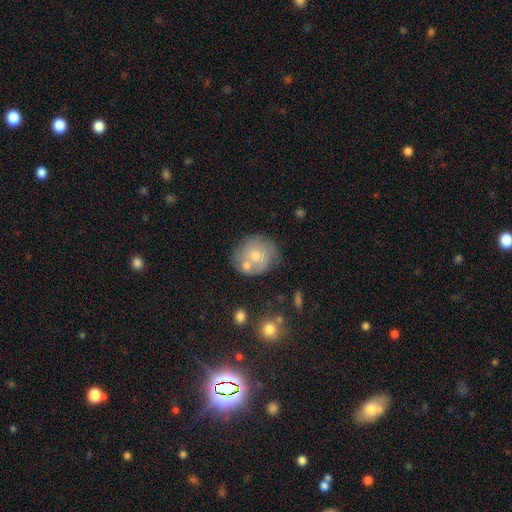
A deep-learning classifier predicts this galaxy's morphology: Smooth or featured? Predicted: smooth (p=0.61). How rounded? Predicted: round (p=0.86). Merging? Predicted: none (p=0.57).